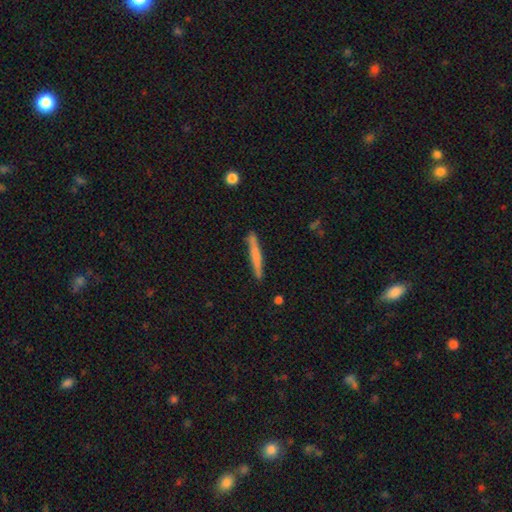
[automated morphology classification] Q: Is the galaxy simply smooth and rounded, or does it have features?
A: smooth — 65%.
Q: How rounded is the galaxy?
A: cigar-shaped — 96%.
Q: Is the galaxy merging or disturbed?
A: none — 87%.